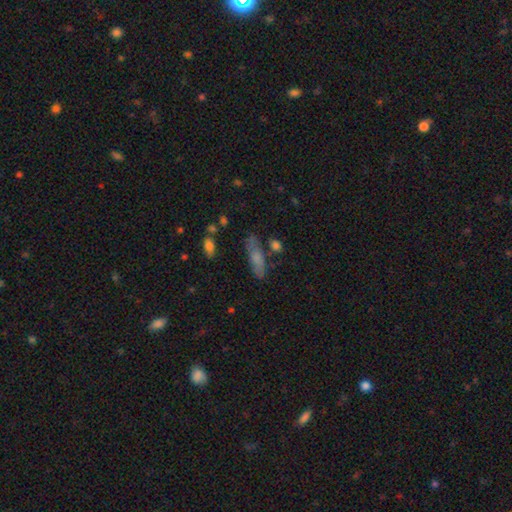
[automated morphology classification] This is possibly a smooth galaxy (58%). How rounded: possibly cigar-shaped (58%). Merging: likely none (70%).